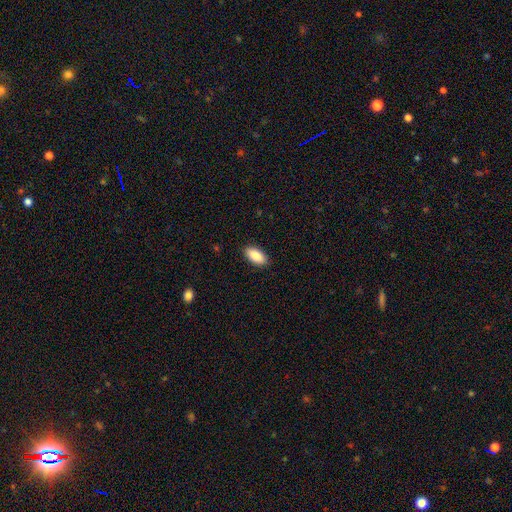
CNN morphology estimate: The model was most divided on "merging": none: 89%, minor disturbance: 8%, major disturbance: 2%, merger: 1%. More confident: how rounded — in between (92%); smooth or featured — smooth (89%).